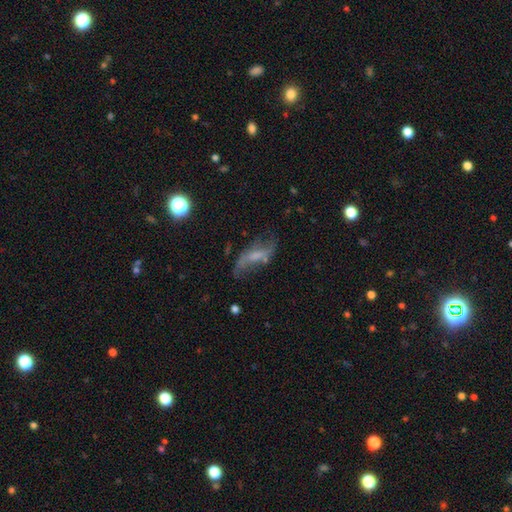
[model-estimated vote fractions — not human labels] smooth-or-featured: featured or disk: 59% | smooth: 29% | star or artifact: 12%
  disk-edge-on: no: 86% | yes: 14%
    bar: no: 40% | weak: 39% | strong: 22%
    has-spiral-arms: yes: 73% | no: 27%
    bulge-size: none: 42% | small: 31% | moderate: 21% | large: 5% | dominant: 2%
  merging: none: 47% | minor disturbance: 24% | major disturbance: 23% | merger: 5%